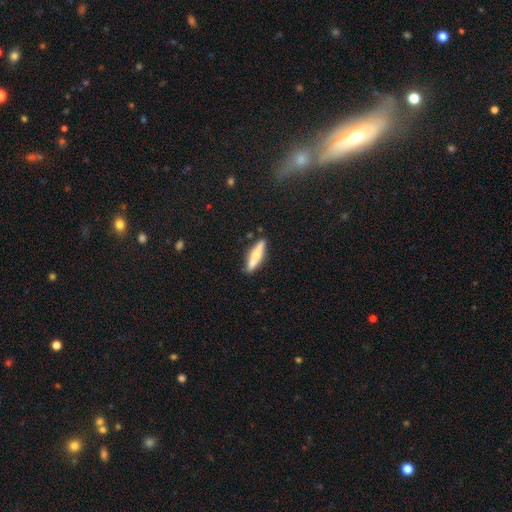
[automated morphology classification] A smooth galaxy with no disk features (53%) that is cigar-shaped (80%). Merging: none (85%).